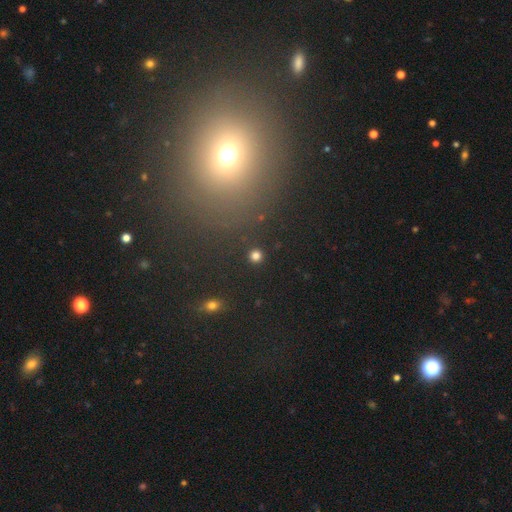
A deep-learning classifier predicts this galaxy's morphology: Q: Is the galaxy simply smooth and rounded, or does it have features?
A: smooth — 81%.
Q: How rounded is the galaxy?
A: round — 94%.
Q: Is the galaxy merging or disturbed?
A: none — 91%.